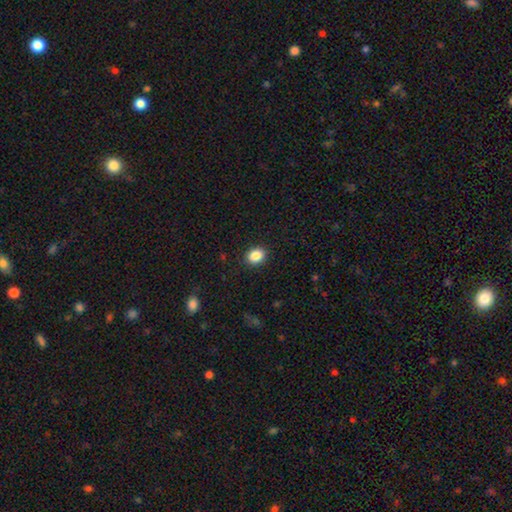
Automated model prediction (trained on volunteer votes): This appears to be a smooth galaxy with no disk features (87%) that is round (50%). Merging: none (90%).